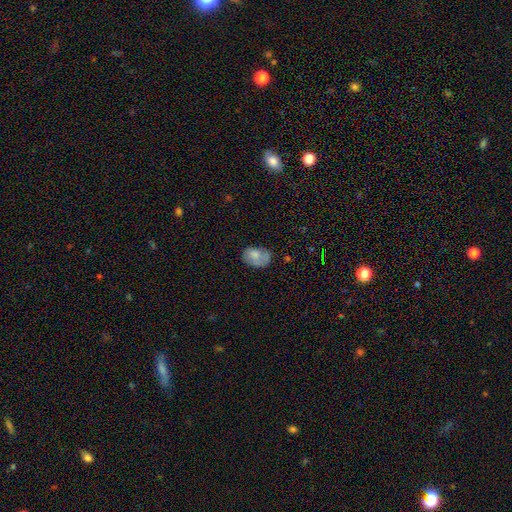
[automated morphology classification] This is likely a smooth galaxy (69%). How rounded: clearly in between (81%). Merging: possibly none (52%).